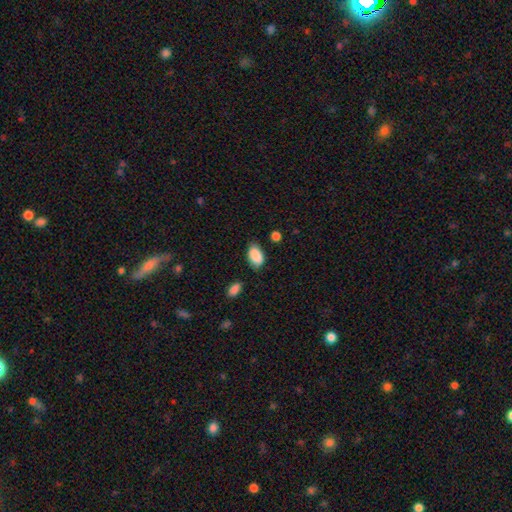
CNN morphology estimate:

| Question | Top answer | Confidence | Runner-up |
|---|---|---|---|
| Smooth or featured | smooth | 89% | star or artifact (7%) |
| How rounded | in between | 92% | round (6%) |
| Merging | none | 75% | minor disturbance (18%) |